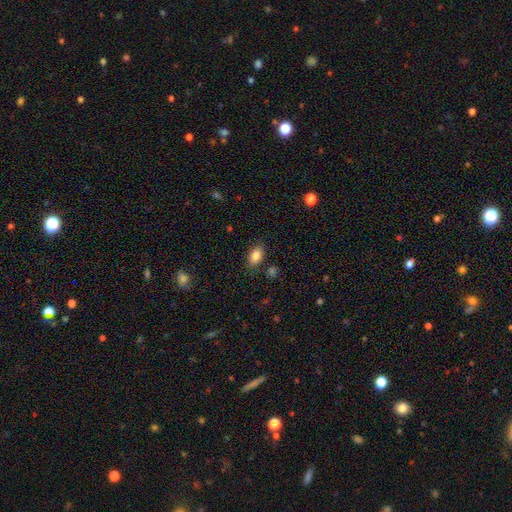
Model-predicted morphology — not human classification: Q: Smooth or featured?
A: smooth (84%); runner-up: star or artifact (9%)
Q: How rounded?
A: in between (88%); runner-up: round (10%)
Q: Merging?
A: none (83%); runner-up: minor disturbance (12%)